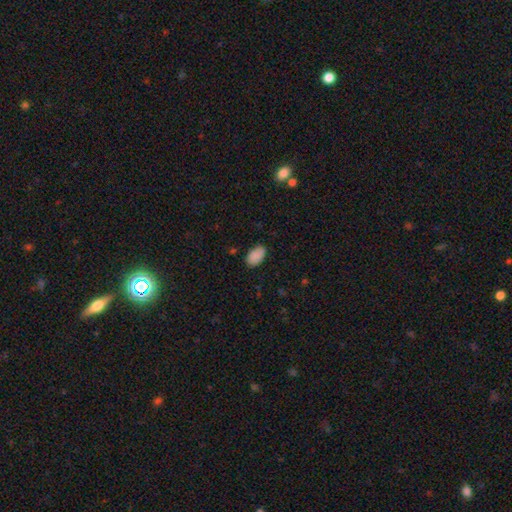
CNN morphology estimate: Smooth or featured? Predicted: smooth (p=0.88). How rounded? Predicted: in between (p=0.93). Merging? Predicted: none (p=0.80).